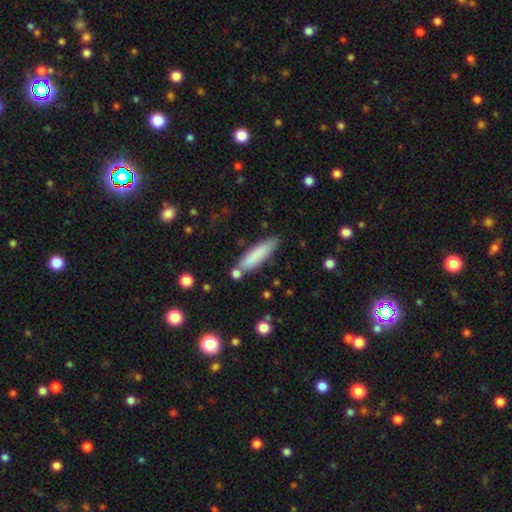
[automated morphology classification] Smooth or featured? smooth (81%)
How rounded? cigar-shaped (76%)
Merging? none (75%)